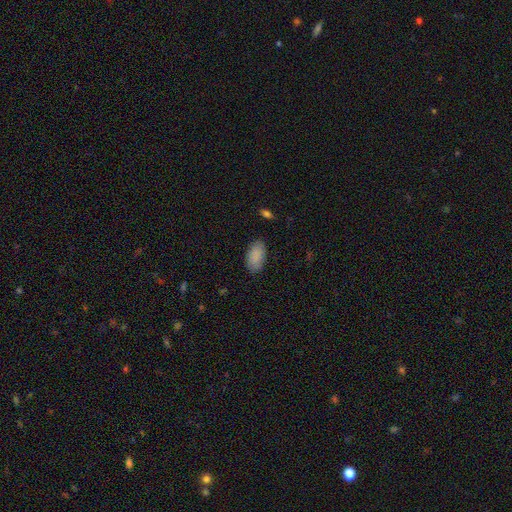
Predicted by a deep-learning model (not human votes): This is clearly a smooth galaxy (89%). How rounded: clearly in between (94%). Merging: clearly none (84%).